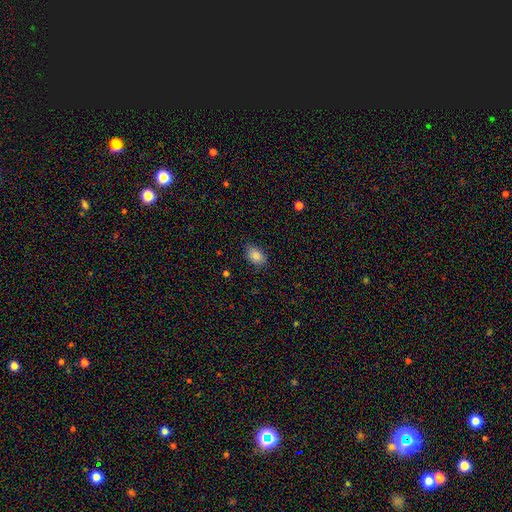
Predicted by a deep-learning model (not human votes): A smooth galaxy with no disk features (88%) that is in between round and cigar-shaped (86%). Merging: none (81%).